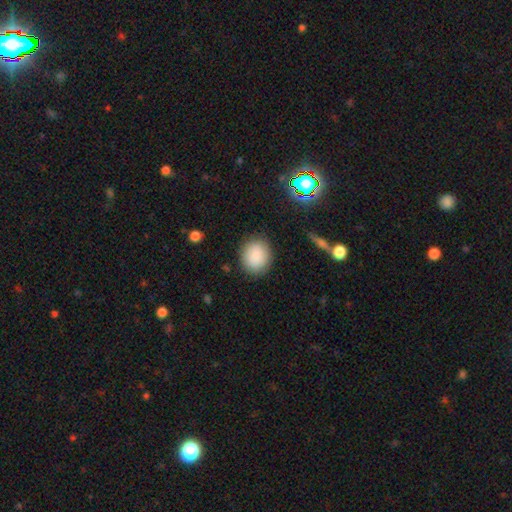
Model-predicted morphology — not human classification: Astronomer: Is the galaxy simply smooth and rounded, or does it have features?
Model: smooth — 88%.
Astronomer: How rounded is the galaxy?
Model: round — 68%.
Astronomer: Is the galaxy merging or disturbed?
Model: none — 86%.